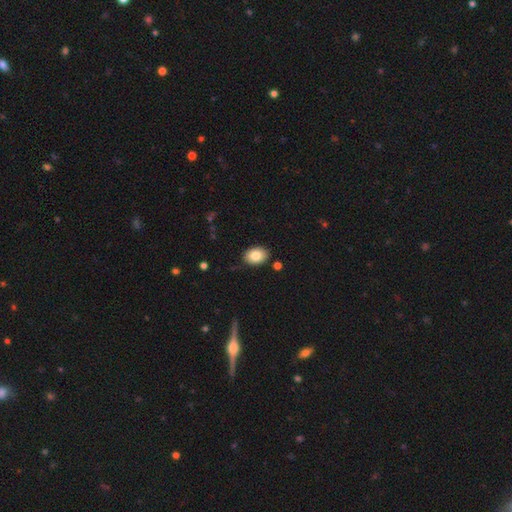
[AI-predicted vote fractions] Smooth or featured?
  - smooth: 84% *
  - featured or disk: 8%
  - star or artifact: 8%
How rounded?
  - in between: 82% *
  - round: 17%
  - cigar-shaped: 1%
Merging?
  - none: 85% *
  - minor disturbance: 11%
  - merger: 2%
  - major disturbance: 2%